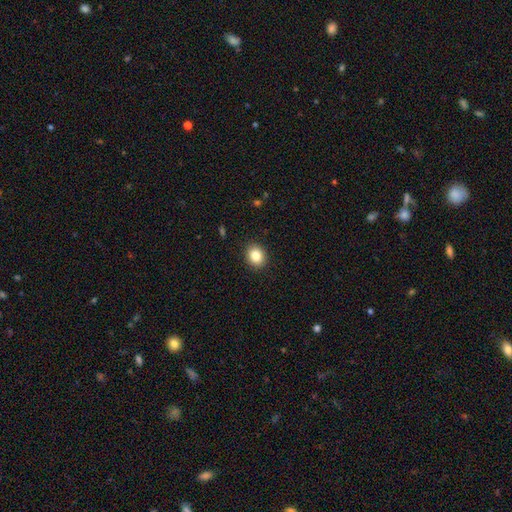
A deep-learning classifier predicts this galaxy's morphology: Overall: smooth (84%). How rounded: round (61%; in between 38%). Merging: none (91%).